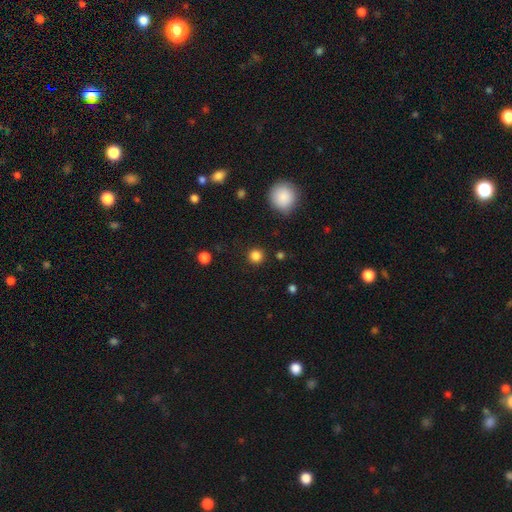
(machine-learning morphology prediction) Q: Smooth or featured?
A: smooth (84%); runner-up: star or artifact (13%)
Q: How rounded?
A: round (94%); runner-up: in between (5%)
Q: Merging?
A: none (90%); runner-up: minor disturbance (6%)